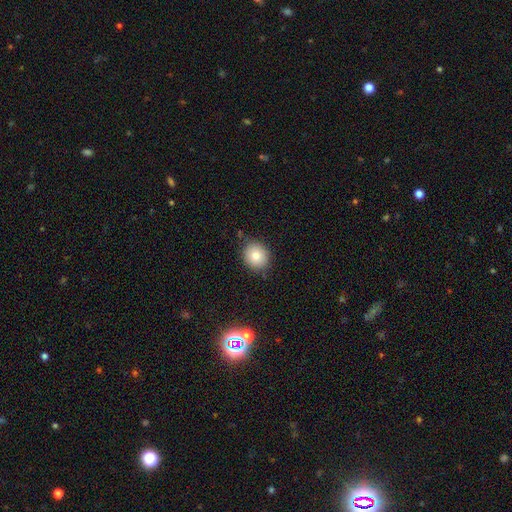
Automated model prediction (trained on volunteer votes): Smooth or featured? smooth (80%)
How rounded? round (76%)
Merging? none (85%)